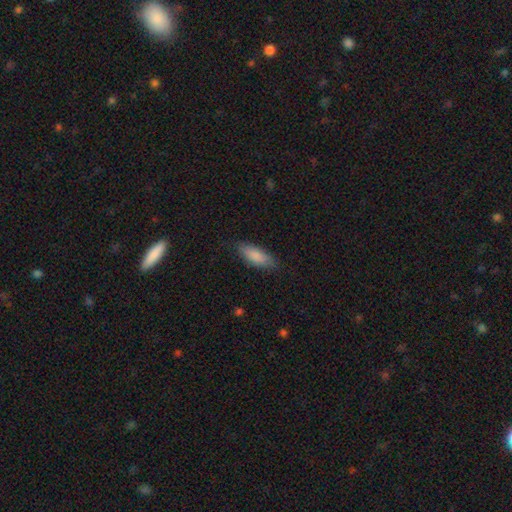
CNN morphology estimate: smooth-or-featured: smooth: 86% | featured or disk: 8% | star or artifact: 6%
  how-rounded: in between: 75% | cigar-shaped: 23% | round: 2%
  merging: none: 80% | minor disturbance: 16% | major disturbance: 3% | merger: 1%